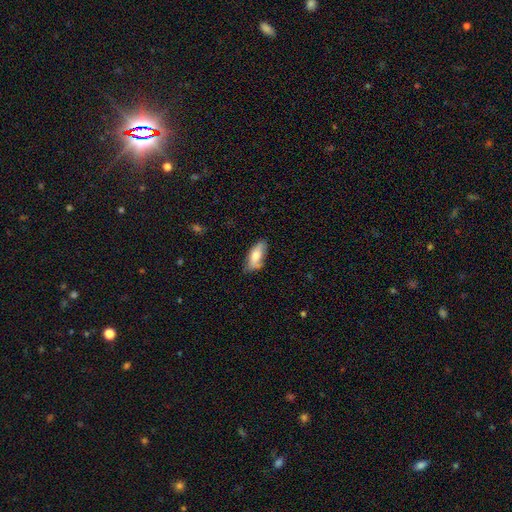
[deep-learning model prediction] smooth_or_featured: smooth (p=0.73) [alt: featured or disk p=0.21]
how_rounded: in between (p=0.79) [alt: cigar-shaped p=0.18]
merging: none (p=0.60) [alt: minor disturbance p=0.30]